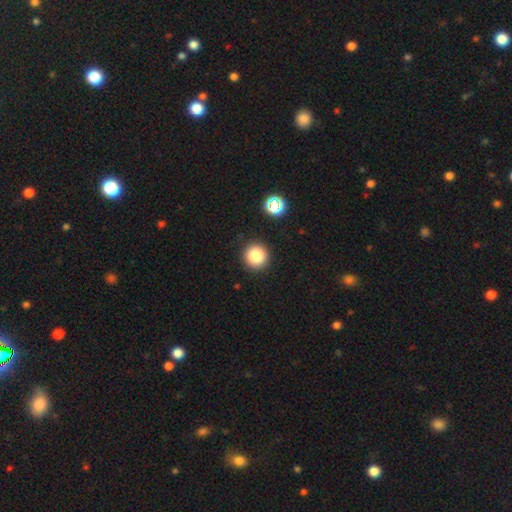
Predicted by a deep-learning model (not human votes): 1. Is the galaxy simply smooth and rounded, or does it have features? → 84% smooth, 11% star or artifact, 5% featured or disk.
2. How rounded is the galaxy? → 95% round, 4% in between, 1% cigar-shaped.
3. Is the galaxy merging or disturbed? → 91% none, 6% minor disturbance, 2% major disturbance, 2% merger.